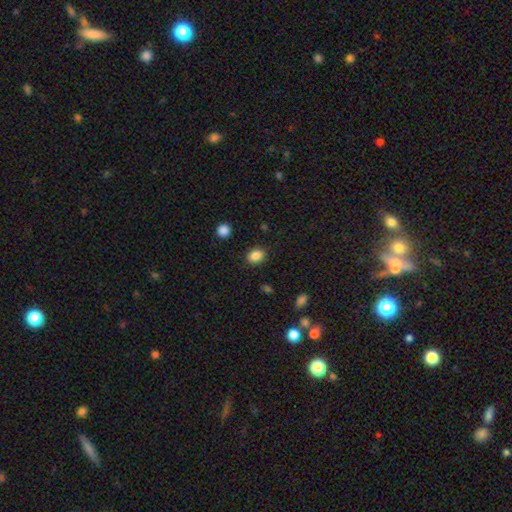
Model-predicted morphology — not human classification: This is clearly a smooth galaxy (86%). How rounded: likely in between (61%). Merging: clearly none (87%).